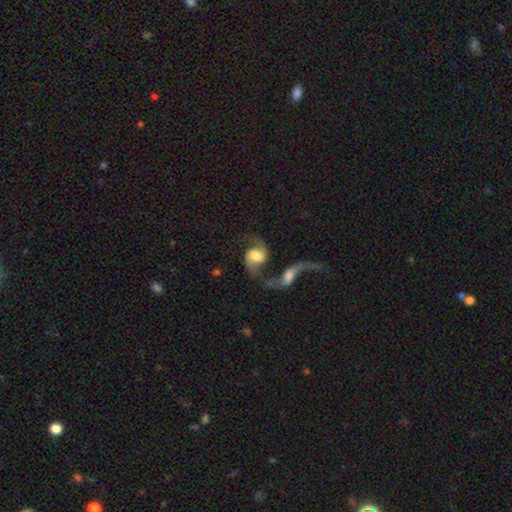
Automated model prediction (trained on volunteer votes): A featured or disk galaxy (83%) with no bar (46%), 2 (90%) loose (62%) spiral arms (94%) and a moderate central bulge (44%).

Vote fractions:
- Smooth or featured? featured or disk: 83% / smooth: 12% / star or artifact: 6%
- Edge-on disk? no: 97% / yes: 3%
- Bar? no: 46% / weak: 40% / strong: 14%
- Spiral arms? yes: 94% / no: 6%
- Spiral winding? loose: 62% / medium: 31% / tight: 7%
- Spiral arm count? 2: 90% / 1: 5% / can't tell: 2% / 3: 1% / 4: 1% / more than 4: 1%
- Bulge size? moderate: 44% / large: 35% / small: 12% / none: 5% / dominant: 4%
- Merging? none: 39% / merger: 38% / major disturbance: 12% / minor disturbance: 12%